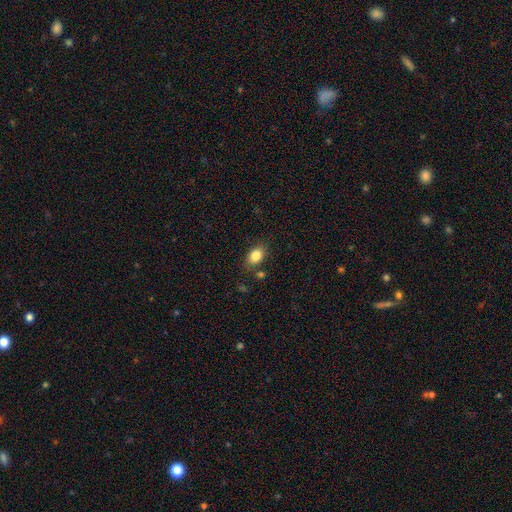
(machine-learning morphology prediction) type=smooth (84%); roundness=in between (81%); merging=none (78%).